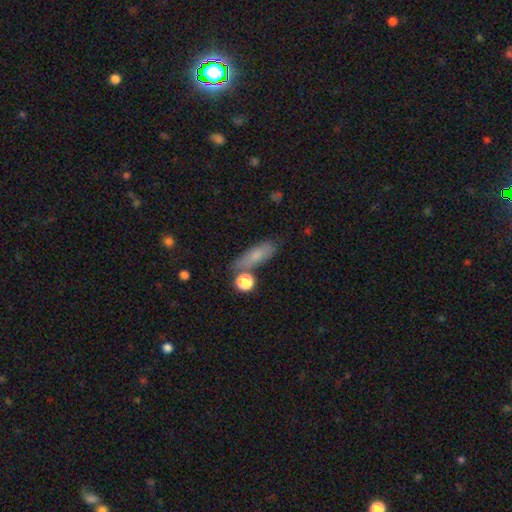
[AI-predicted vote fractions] Smooth or featured?
  - smooth: 74% *
  - featured or disk: 17%
  - star or artifact: 10%
How rounded?
  - in between: 54% *
  - cigar-shaped: 39%
  - round: 7%
Merging?
  - none: 65% *
  - minor disturbance: 19%
  - merger: 11%
  - major disturbance: 6%